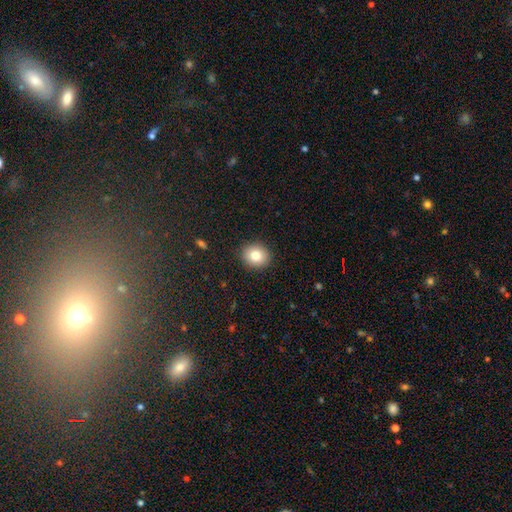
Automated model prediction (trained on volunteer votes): Smooth or featured? smooth (82%)
How rounded? round (73%)
Merging? none (90%)